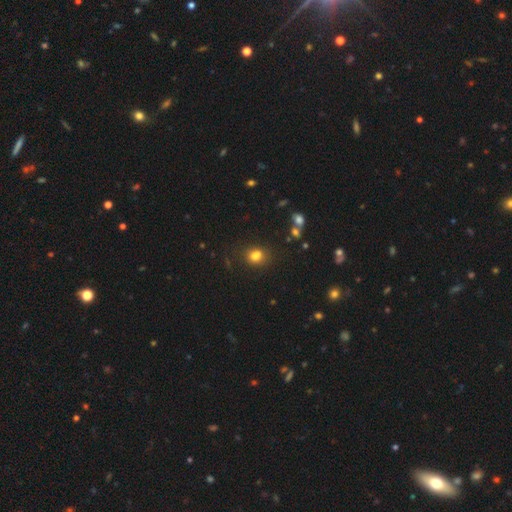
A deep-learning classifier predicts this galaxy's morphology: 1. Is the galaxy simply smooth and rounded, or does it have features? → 81% smooth, 13% star or artifact, 7% featured or disk.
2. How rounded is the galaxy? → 52% round, 47% in between, 1% cigar-shaped.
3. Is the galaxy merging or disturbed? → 74% none, 14% minor disturbance, 7% merger, 5% major disturbance.